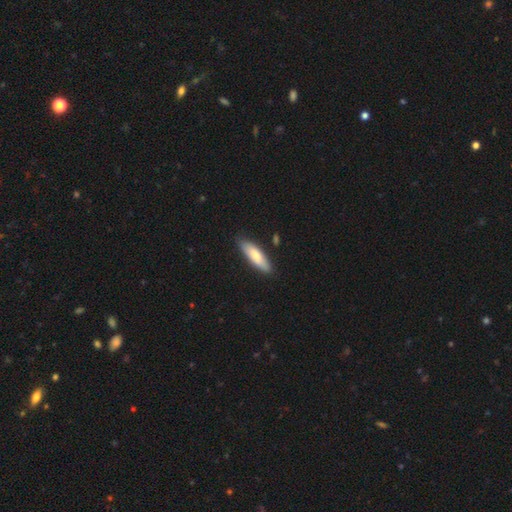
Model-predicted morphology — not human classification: This is likely a smooth galaxy (76%). How rounded: possibly cigar-shaped (56%). Merging: clearly none (84%).